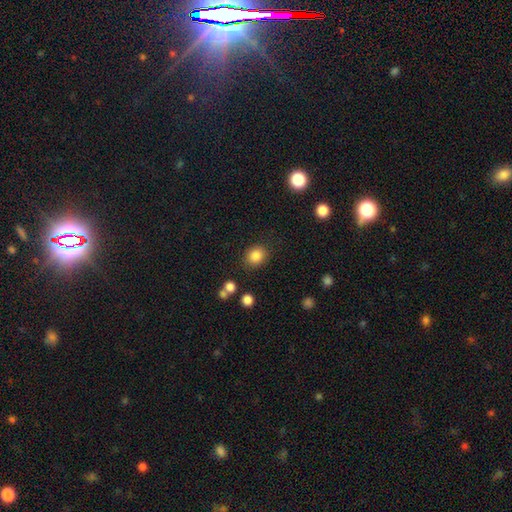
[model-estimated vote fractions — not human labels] Morphology: type=smooth (85%); roundness=round (65%); merging=none (83%).